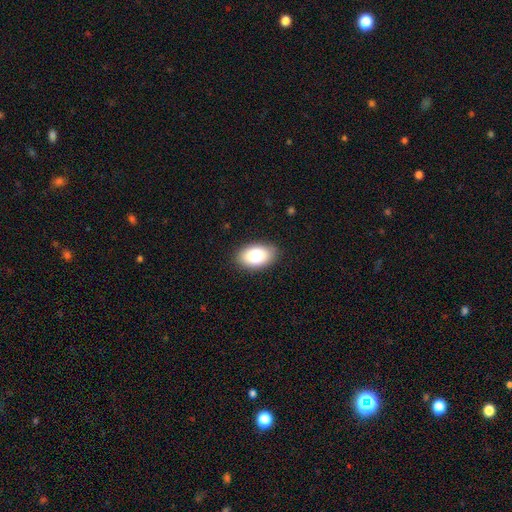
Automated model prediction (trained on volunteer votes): Smooth or featured? Predicted: smooth (p=0.82). How rounded? Predicted: in between (p=0.91). Merging? Predicted: none (p=0.87).